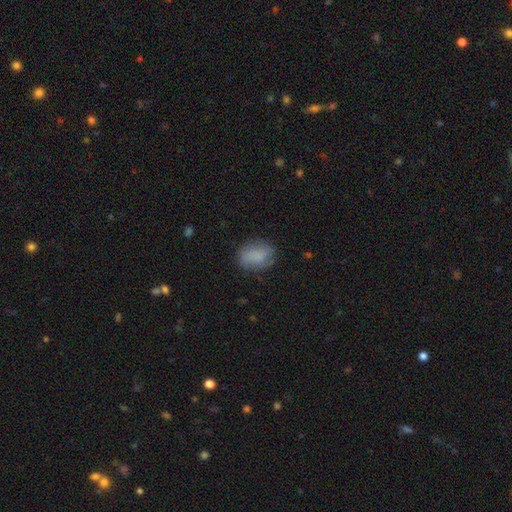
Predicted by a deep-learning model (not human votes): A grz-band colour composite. It shows a smooth galaxy with no disk features (79%) that is in between round and cigar-shaped (68%). Merging: none (71%).